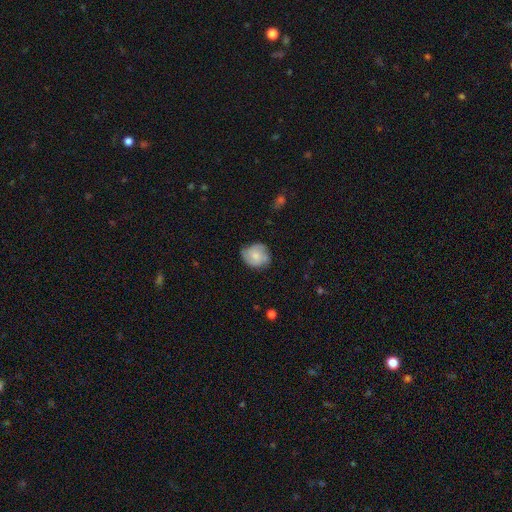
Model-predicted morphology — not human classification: smooth_or_featured: smooth (p=0.61) [alt: featured or disk p=0.32]
how_rounded: round (p=0.75) [alt: in between p=0.24]
merging: none (p=0.70) [alt: minor disturbance p=0.23]